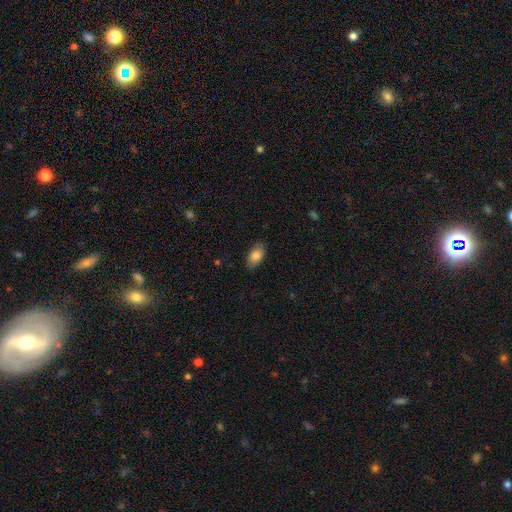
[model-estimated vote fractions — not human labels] Smooth or featured?
  - smooth: 83% *
  - featured or disk: 10%
  - star or artifact: 7%
How rounded?
  - in between: 92% *
  - round: 5%
  - cigar-shaped: 3%
Merging?
  - none: 84% *
  - minor disturbance: 12%
  - major disturbance: 3%
  - merger: 1%